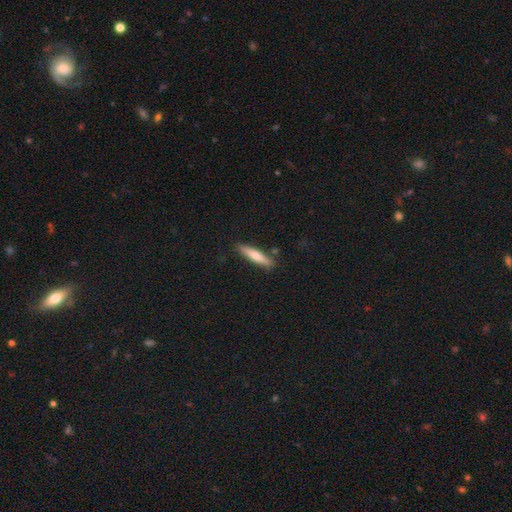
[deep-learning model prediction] This appears to be a smooth galaxy with no disk features (67%) that is cigar-shaped (85%). Merging: none (84%).